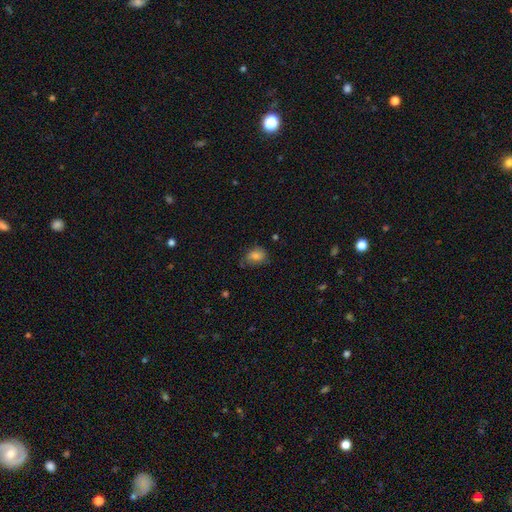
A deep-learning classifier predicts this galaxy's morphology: Smooth or featured? Predicted: smooth (p=0.78). How rounded? Predicted: in between (p=0.65). Merging? Predicted: none (p=0.64).